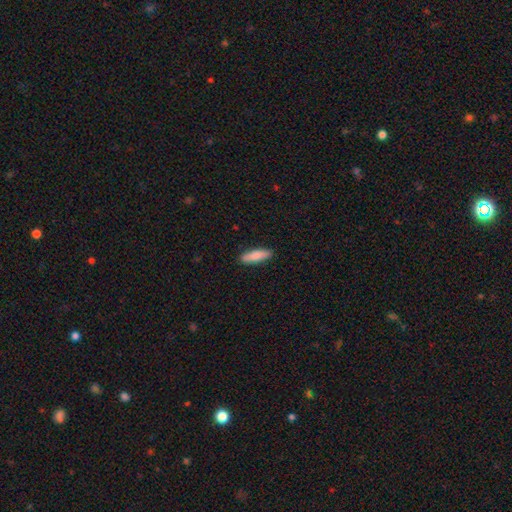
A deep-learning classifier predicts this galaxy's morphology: Smooth or featured? Predicted: smooth (p=0.84). How rounded? Predicted: cigar-shaped (p=0.60). Merging? Predicted: none (p=0.88).